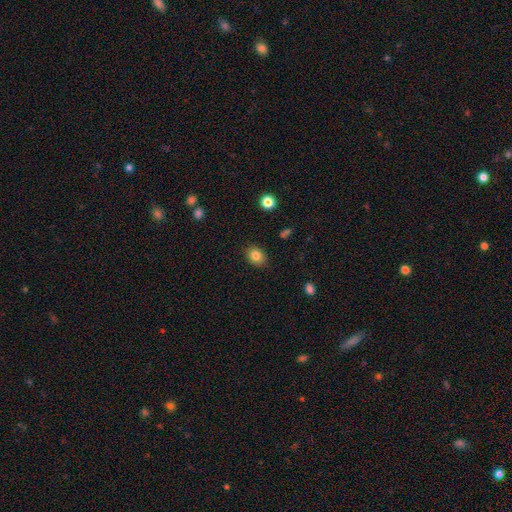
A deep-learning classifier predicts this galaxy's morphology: The model was most divided on "how rounded": in between: 59%, round: 40%, cigar-shaped: 1%. More confident: merging — none (87%); smooth or featured — smooth (82%).